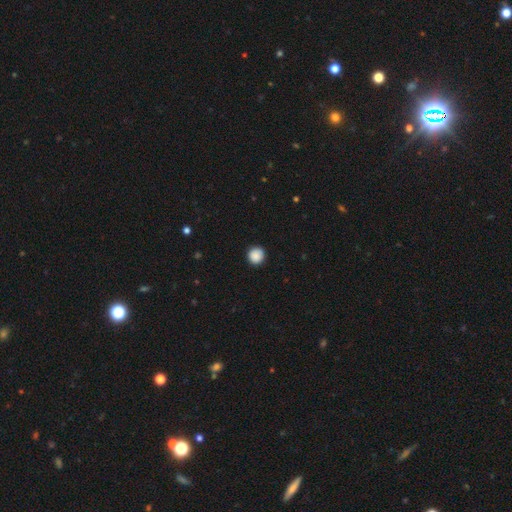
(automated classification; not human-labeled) smooth 89%, star or artifact 9%, featured or disk 3%. Down the decision tree: how rounded — round (95%); merging — none (91%).